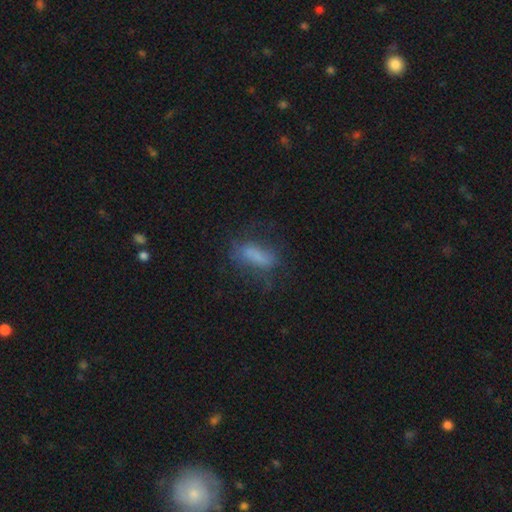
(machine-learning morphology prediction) Smooth or featured? smooth (63%)
How rounded? in between (58%)
Merging? none (56%)